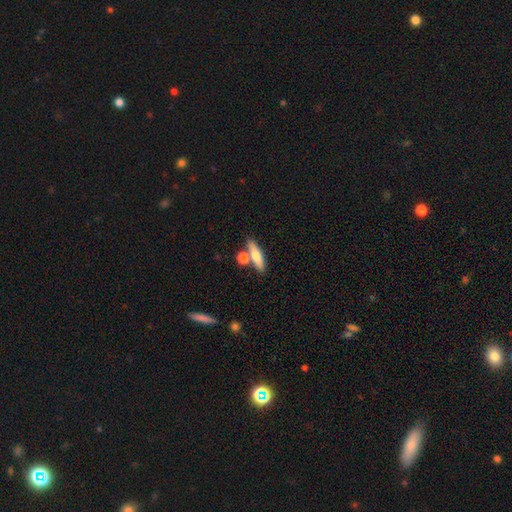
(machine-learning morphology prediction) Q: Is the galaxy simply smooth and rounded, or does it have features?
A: smooth — 68%.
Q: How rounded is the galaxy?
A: cigar-shaped — 58%.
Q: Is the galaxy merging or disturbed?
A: none — 65%.